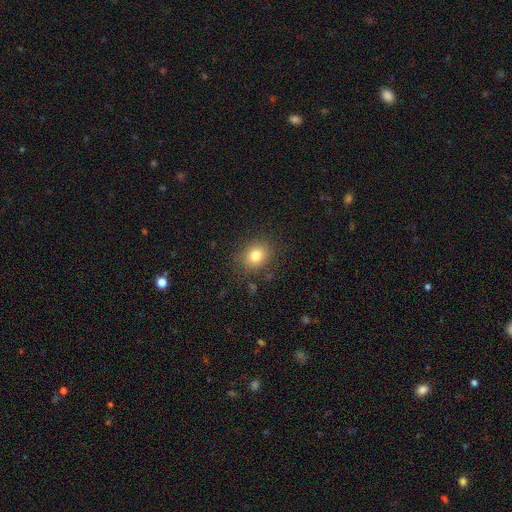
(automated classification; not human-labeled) Smooth or featured? smooth (80%)
How rounded? round (60%)
Merging? none (83%)